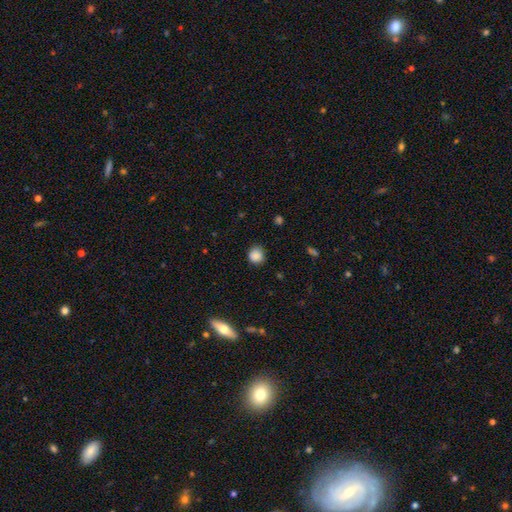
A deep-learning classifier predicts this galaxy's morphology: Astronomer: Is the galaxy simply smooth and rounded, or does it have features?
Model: smooth — 86%.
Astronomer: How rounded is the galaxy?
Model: round — 86%.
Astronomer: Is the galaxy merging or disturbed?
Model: none — 81%.